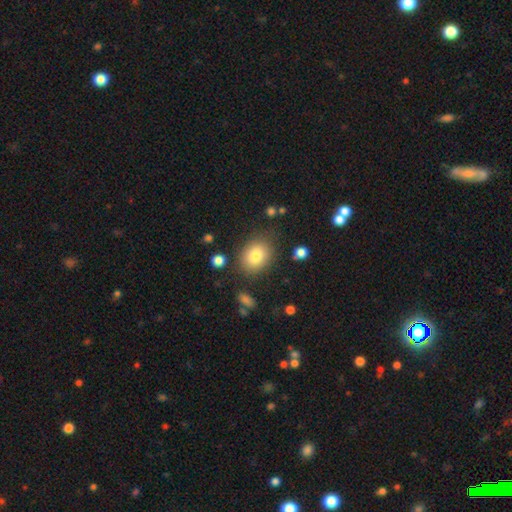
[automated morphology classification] This appears to be a smooth galaxy with no disk features (81%) that is in between round and cigar-shaped (53%). Merging: none (80%).